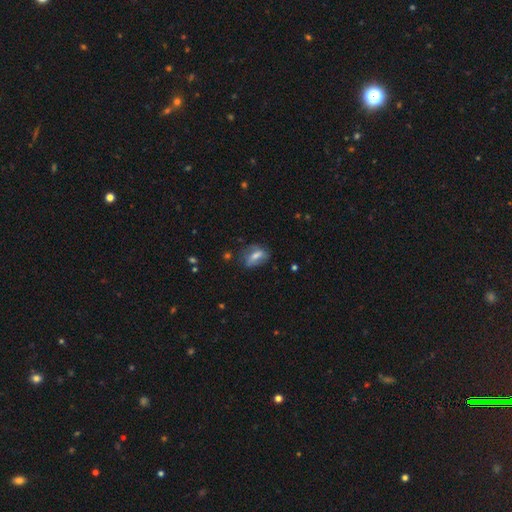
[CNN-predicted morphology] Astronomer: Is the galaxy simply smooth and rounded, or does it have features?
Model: smooth — 56% (runner-up: featured or disk, 34%).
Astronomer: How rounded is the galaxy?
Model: in between — 75%.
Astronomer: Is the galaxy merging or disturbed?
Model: none — 56%.